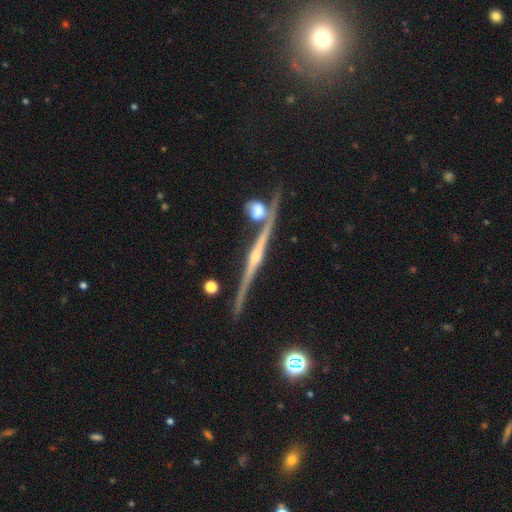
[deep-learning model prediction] smooth_or_featured: featured or disk (p=0.89) [alt: star or artifact p=0.06]
disk_edge_on: yes (p=0.98) [alt: no p=0.02]
edge_on_bulge: rounded (p=0.86) [alt: none p=0.07]
merging: none (p=0.79) [alt: merger p=0.09]